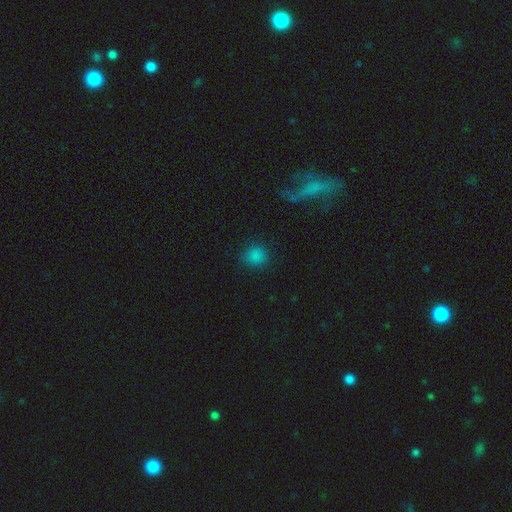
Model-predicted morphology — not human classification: type=smooth (82%); roundness=round (88%); merging=none (88%).